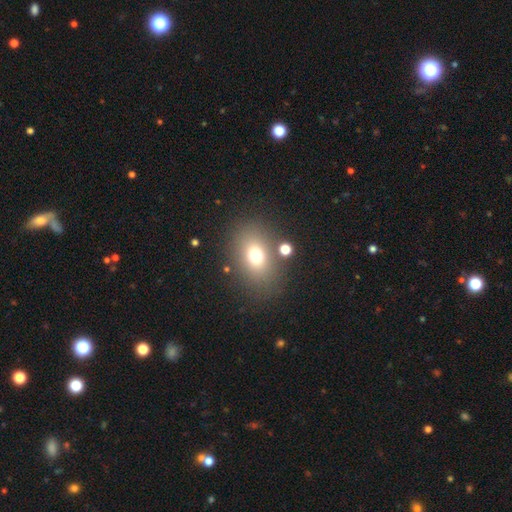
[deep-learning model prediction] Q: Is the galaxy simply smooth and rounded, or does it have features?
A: smooth — 72%.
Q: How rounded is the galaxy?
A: in between — 67%.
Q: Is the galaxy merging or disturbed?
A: none — 77%.